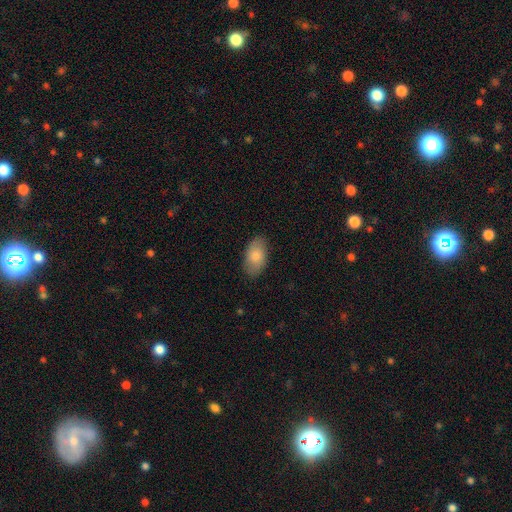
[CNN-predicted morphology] Smooth or featured? smooth (81%)
How rounded? in between (94%)
Merging? none (84%)